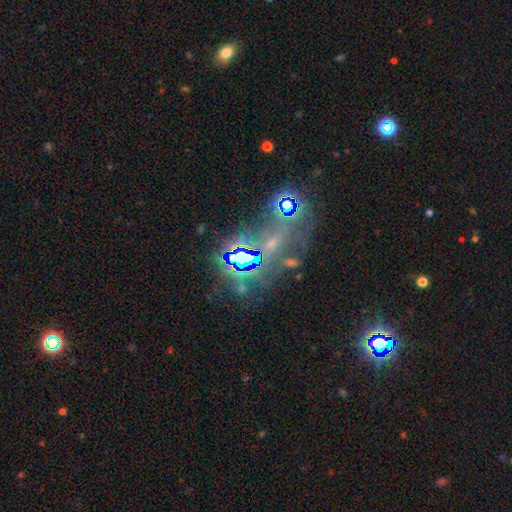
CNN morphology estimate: Smooth or featured?
  - star or artifact: 58% *
  - smooth: 21%
  - featured or disk: 21%